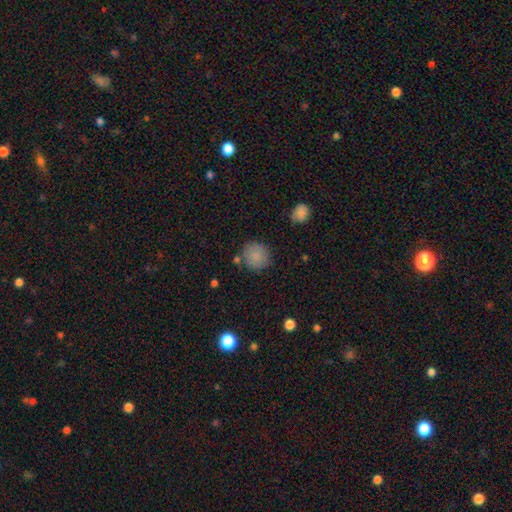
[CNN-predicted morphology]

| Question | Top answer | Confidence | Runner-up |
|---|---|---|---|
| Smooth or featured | smooth | 85% | star or artifact (8%) |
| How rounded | round | 90% | in between (9%) |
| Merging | none | 79% | minor disturbance (12%) |